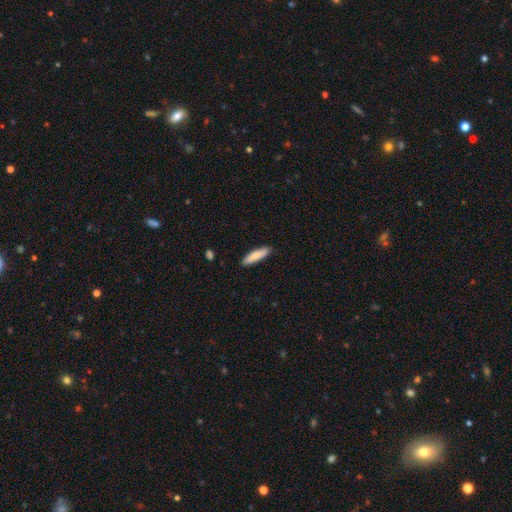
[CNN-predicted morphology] Q: Smooth or featured?
A: smooth (84%); runner-up: featured or disk (10%)
Q: How rounded?
A: cigar-shaped (75%); runner-up: in between (24%)
Q: Merging?
A: none (90%); runner-up: minor disturbance (7%)